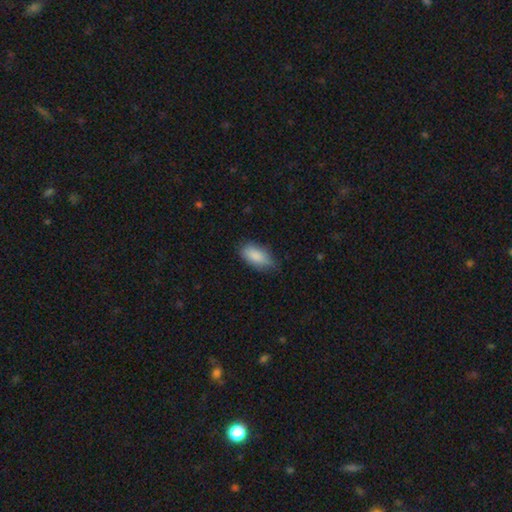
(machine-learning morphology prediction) Smooth or featured: smooth — 87% (featured or disk — 7%)
How rounded: in between — 91% (cigar-shaped — 6%)
Merging: none — 64% (minor disturbance — 30%)